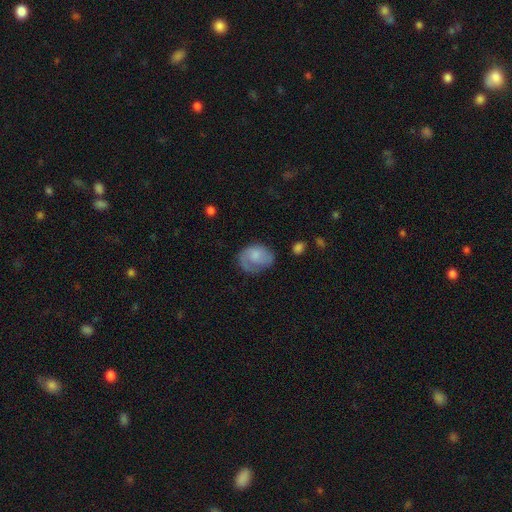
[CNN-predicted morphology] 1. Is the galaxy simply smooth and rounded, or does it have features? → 59% smooth, 34% featured or disk, 7% star or artifact.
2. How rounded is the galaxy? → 58% in between, 41% round, 1% cigar-shaped.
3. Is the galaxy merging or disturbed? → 48% none, 28% minor disturbance, 21% major disturbance, 2% merger.